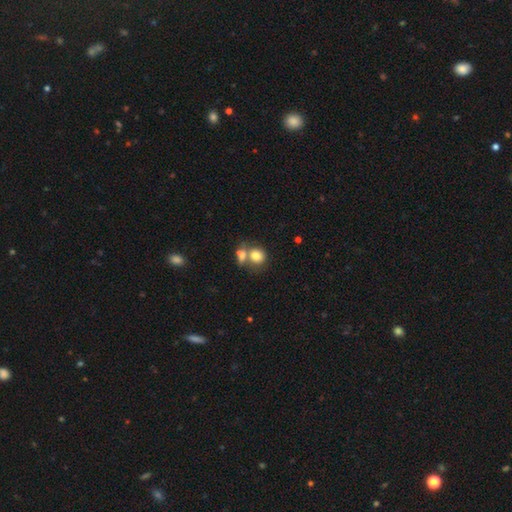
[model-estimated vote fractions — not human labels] Morphology: type=smooth (78%); roundness=round (69%); merging=merger (48%).